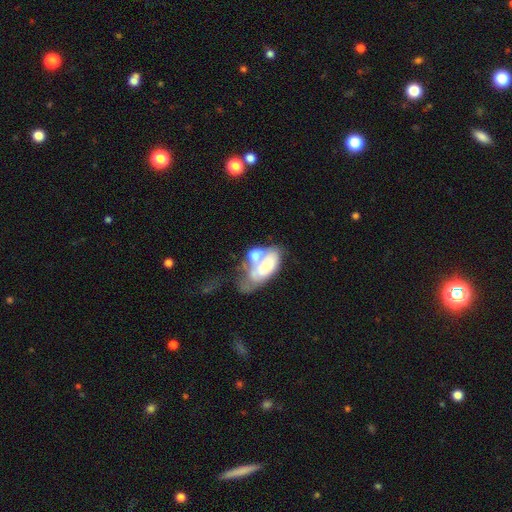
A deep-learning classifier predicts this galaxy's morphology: A featured or disk galaxy (48%). Merging: merger (52%).